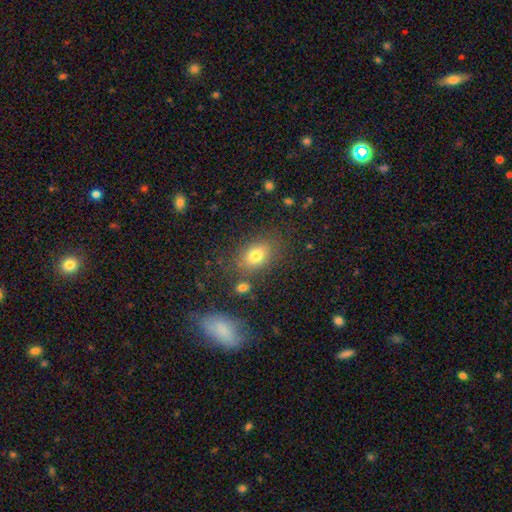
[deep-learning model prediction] Smooth or featured? Predicted: smooth (p=0.76). How rounded? Predicted: in between (p=0.71). Merging? Predicted: none (p=0.75).